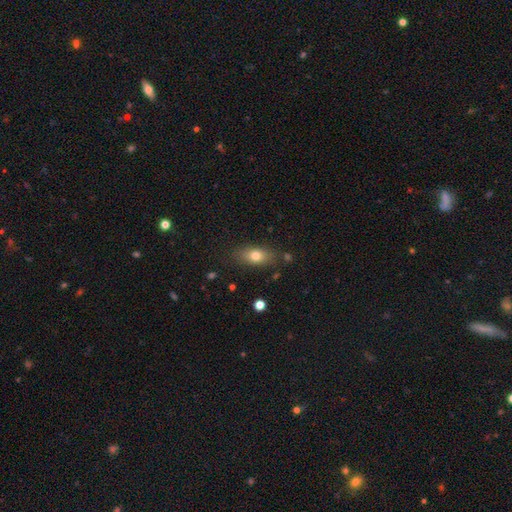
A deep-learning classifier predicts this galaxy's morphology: Smooth or featured? smooth (75%)
How rounded? in between (78%)
Merging? none (80%)